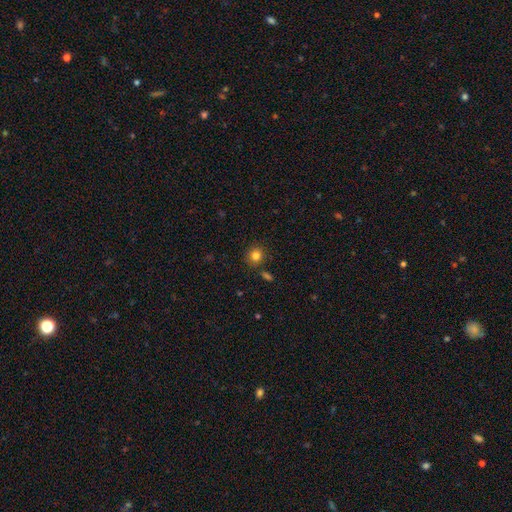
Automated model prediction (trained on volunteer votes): This is clearly a smooth galaxy (83%). How rounded: clearly round (87%). Merging: clearly none (85%).